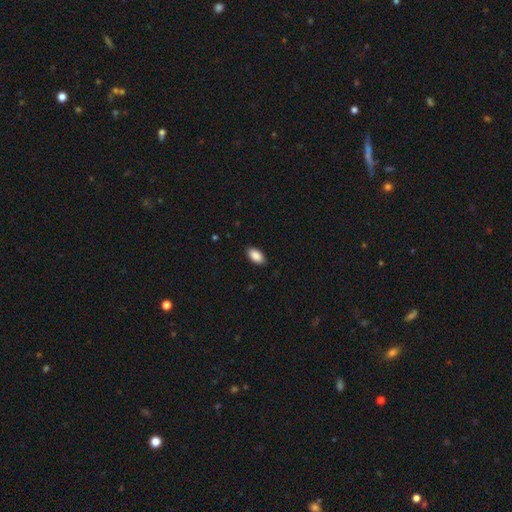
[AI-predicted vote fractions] A smooth galaxy with no disk features (89%) that is in between round and cigar-shaped (94%). Merging: none (88%).